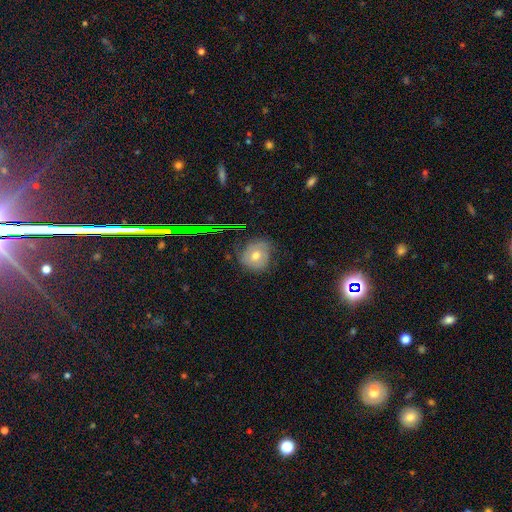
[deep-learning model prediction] A smooth galaxy with no disk features (56%) that is round (81%).

Vote fractions:
- Smooth or featured? smooth: 56% / featured or disk: 29% / star or artifact: 15%
- How rounded? round: 81% / in between: 18% / cigar-shaped: 1%
- Merging? none: 67% / minor disturbance: 24% / major disturbance: 8% / merger: 2%